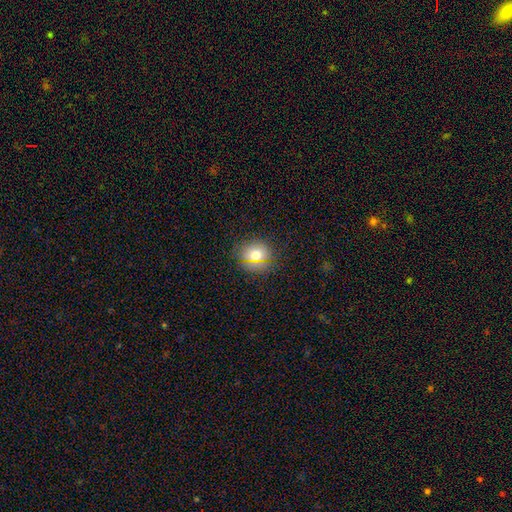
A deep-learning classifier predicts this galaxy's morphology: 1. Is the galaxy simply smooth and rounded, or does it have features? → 72% smooth, 18% star or artifact, 10% featured or disk.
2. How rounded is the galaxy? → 81% round, 18% in between, 1% cigar-shaped.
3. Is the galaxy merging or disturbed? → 86% none, 9% minor disturbance, 3% major disturbance, 1% merger.